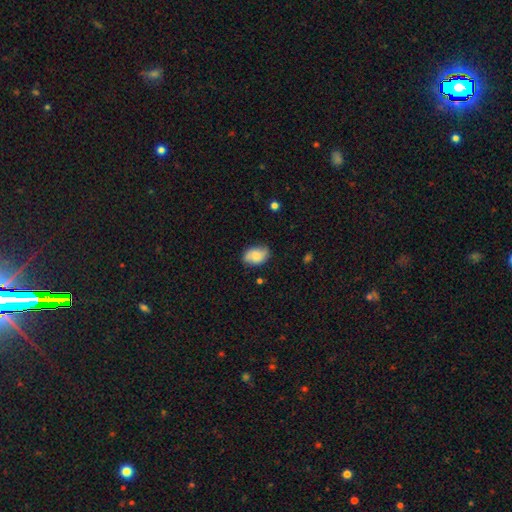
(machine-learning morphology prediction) Smooth or featured? smooth (69%)
How rounded? in between (85%)
Merging? none (73%)